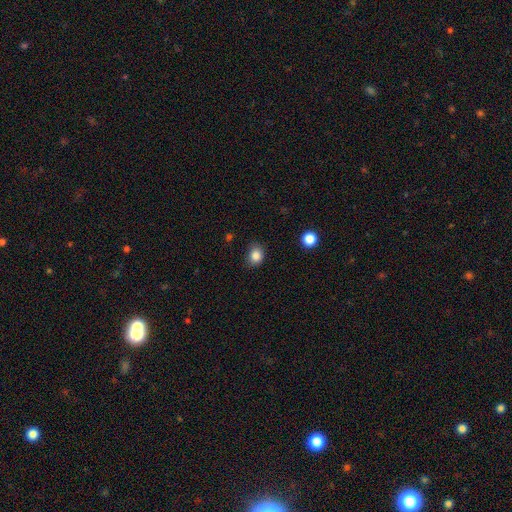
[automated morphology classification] Smooth or featured? Predicted: smooth (p=0.84). How rounded? Predicted: round (p=0.63). Merging? Predicted: none (p=0.78).